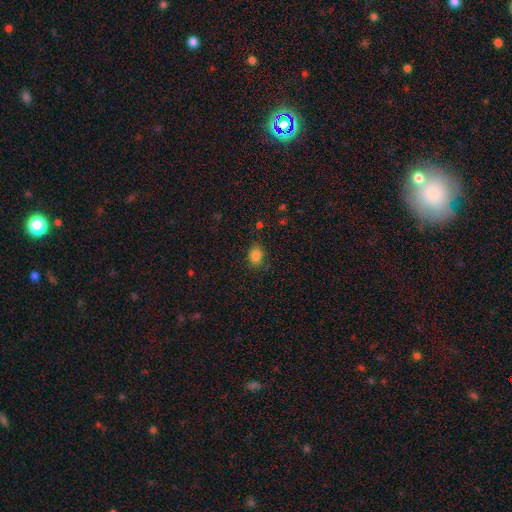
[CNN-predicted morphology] This appears to be a smooth galaxy with no disk features (83%) that is in between round and cigar-shaped (61%). Merging: none (83%).